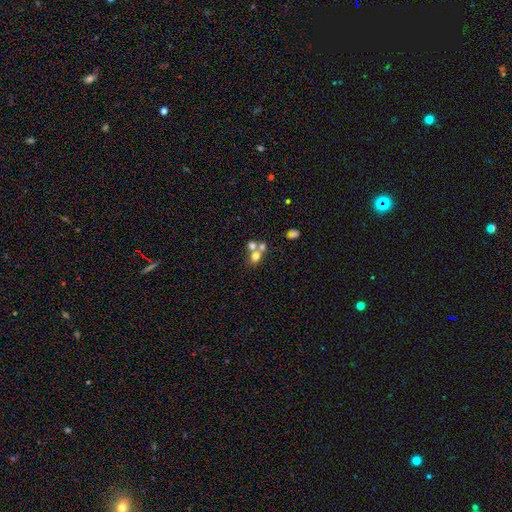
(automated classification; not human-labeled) This appears to be a smooth galaxy with no disk features (68%) that is round (63%). Merging: merger (54%).